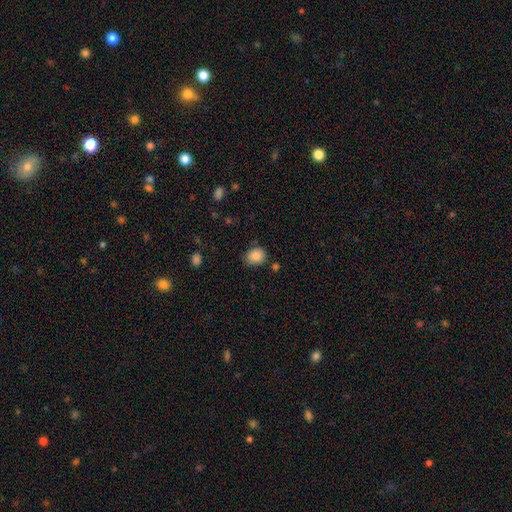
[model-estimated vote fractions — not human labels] Smooth or featured? Predicted: smooth (p=0.85). How rounded? Predicted: round (p=0.59). Merging? Predicted: none (p=0.77).